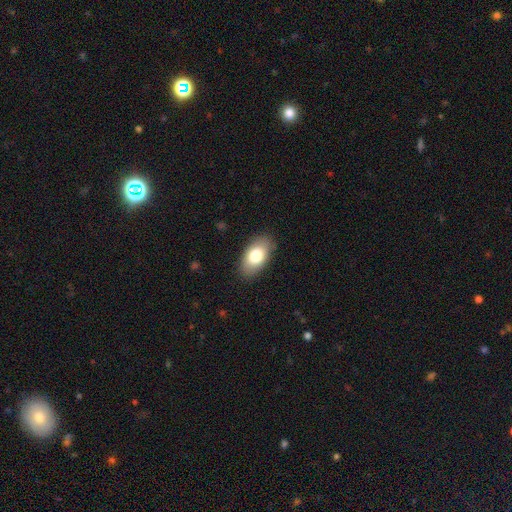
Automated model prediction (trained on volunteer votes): This appears to be a smooth galaxy with no disk features (79%) that is in between round and cigar-shaped (93%). Merging: none (86%).